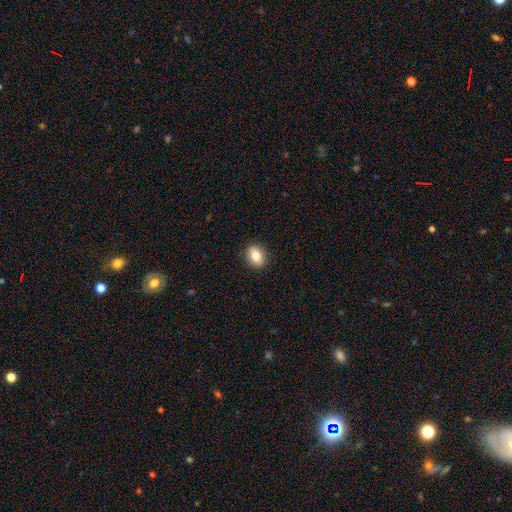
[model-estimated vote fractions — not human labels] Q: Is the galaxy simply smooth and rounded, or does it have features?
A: smooth — 82%.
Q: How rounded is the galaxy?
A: in between — 67%.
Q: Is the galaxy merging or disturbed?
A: none — 90%.